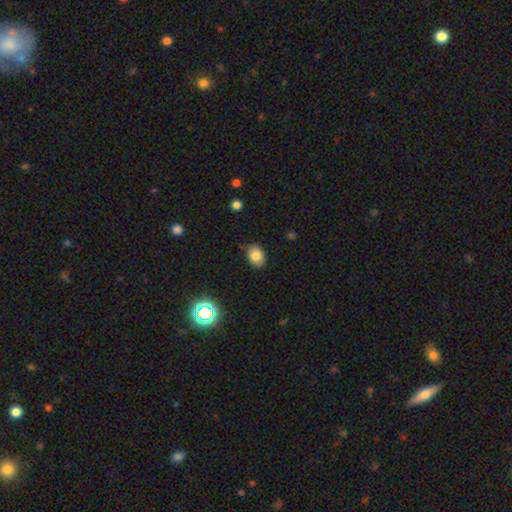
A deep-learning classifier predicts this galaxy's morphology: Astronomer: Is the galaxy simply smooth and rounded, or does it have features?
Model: smooth — 80%.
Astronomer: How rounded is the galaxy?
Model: in between — 67%.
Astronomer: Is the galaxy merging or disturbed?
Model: none — 81%.